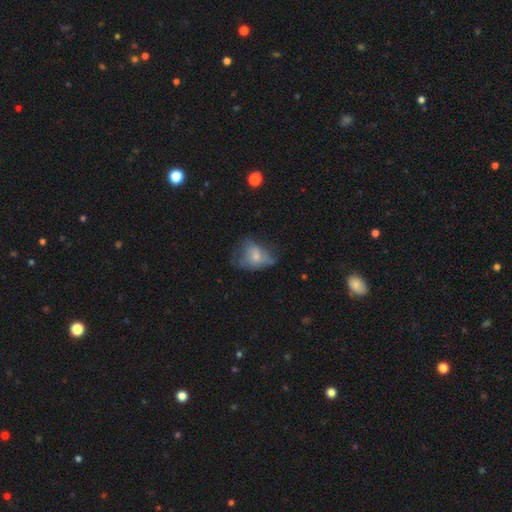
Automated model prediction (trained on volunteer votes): smooth-or-featured: smooth: 51% | featured or disk: 39% | star or artifact: 11%
  how-rounded: in between: 70% | round: 28% | cigar-shaped: 2%
  merging: major disturbance: 38% | minor disturbance: 30% | none: 30% | merger: 3%